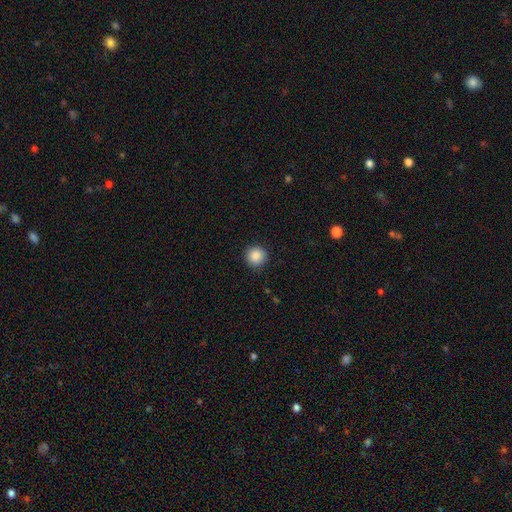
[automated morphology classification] smooth 88%, star or artifact 9%, featured or disk 3%. Down the decision tree: how rounded — round (95%); merging — none (91%).